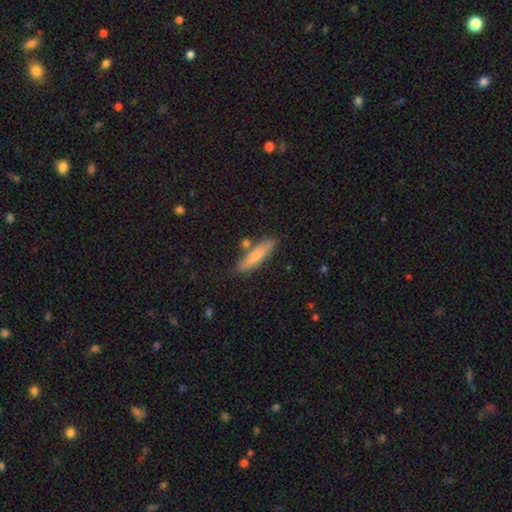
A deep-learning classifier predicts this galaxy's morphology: Smooth or featured?
  - smooth: 75% *
  - featured or disk: 19%
  - star or artifact: 6%
How rounded?
  - cigar-shaped: 80% *
  - in between: 18%
  - round: 2%
Merging?
  - none: 78% *
  - minor disturbance: 12%
  - merger: 7%
  - major disturbance: 3%